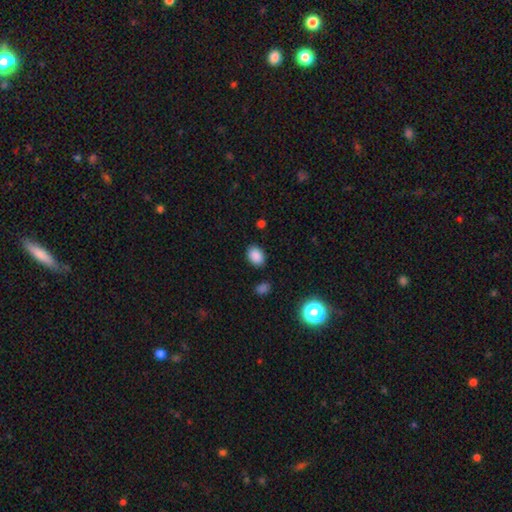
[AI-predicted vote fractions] Overall: smooth (87%). How rounded: in between (76%). Merging: none (84%).